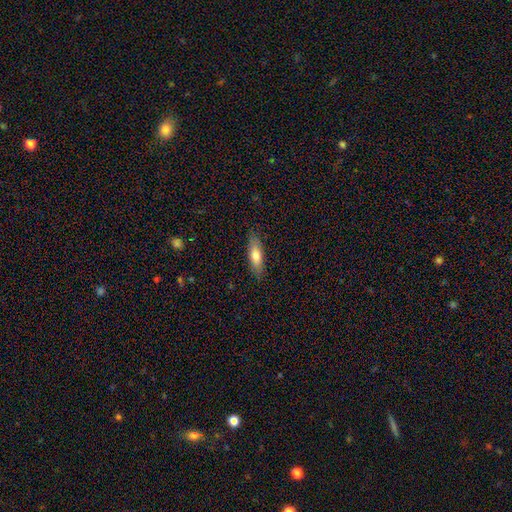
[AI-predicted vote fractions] A smooth galaxy with no disk features (69%) that is cigar-shaped (53%).

Vote fractions:
- Smooth or featured? smooth: 69% / featured or disk: 25% / star or artifact: 6%
- How rounded? cigar-shaped: 53% / in between: 45% / round: 2%
- Merging? none: 86% / minor disturbance: 11% / major disturbance: 2% / merger: 1%